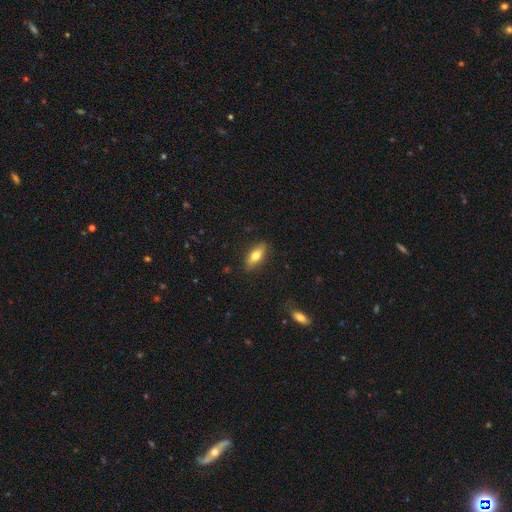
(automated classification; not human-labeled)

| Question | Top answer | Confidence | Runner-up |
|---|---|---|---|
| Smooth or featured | smooth | 69% | featured or disk (24%) |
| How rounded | in between | 70% | cigar-shaped (27%) |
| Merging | none | 86% | minor disturbance (11%) |